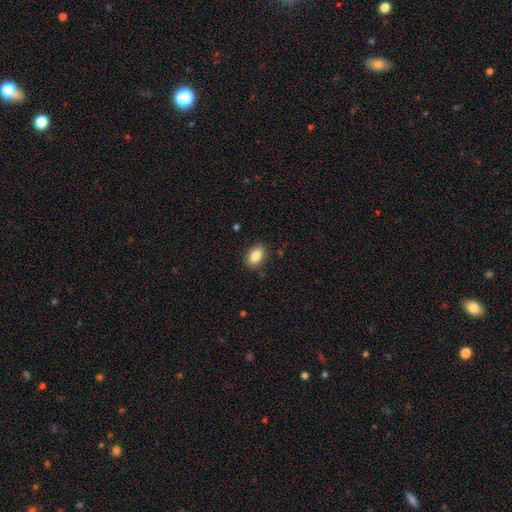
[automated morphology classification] This is clearly a smooth galaxy (86%). How rounded: clearly in between (85%). Merging: clearly none (86%).